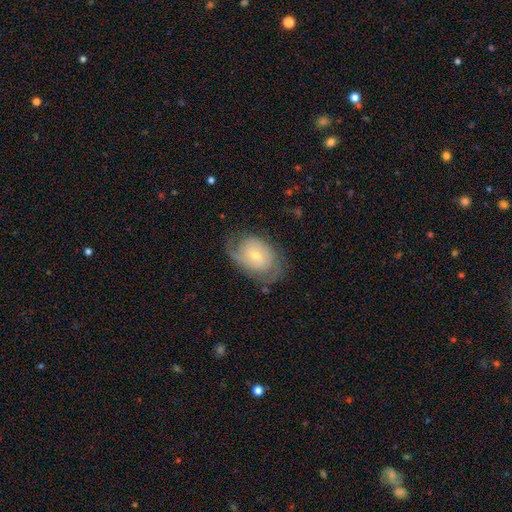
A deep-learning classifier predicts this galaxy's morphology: smooth-or-featured: featured or disk: 67% | smooth: 27% | star or artifact: 7%
  disk-edge-on: no: 96% | yes: 4%
    bar: no: 58% | weak: 35% | strong: 7%
    has-spiral-arms: yes: 85% | no: 15%
      spiral-winding: tight: 47% | medium: 37% | loose: 16%
      spiral-arm-count: 2: 51% | can't tell: 30% | 1: 8% | 3: 6% | 4: 2% | more than 4: 2%
    bulge-size: small: 63% | moderate: 33% | large: 2% | none: 1% | dominant: 1%
  merging: none: 65% | minor disturbance: 22% | major disturbance: 12% | merger: 1%